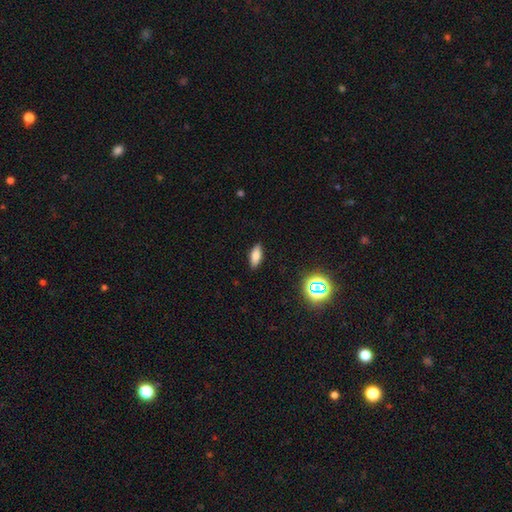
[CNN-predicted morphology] A smooth galaxy with no disk features (77%) that is in between round and cigar-shaped (75%). Merging: none (88%).